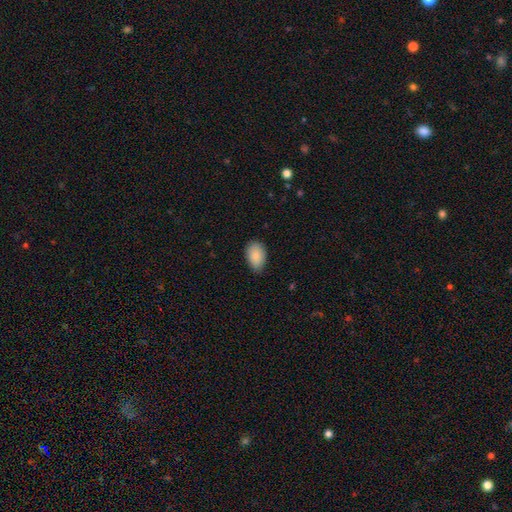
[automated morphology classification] Q: Smooth or featured?
A: smooth (89%); runner-up: star or artifact (7%)
Q: How rounded?
A: in between (90%); runner-up: round (8%)
Q: Merging?
A: none (75%); runner-up: minor disturbance (21%)